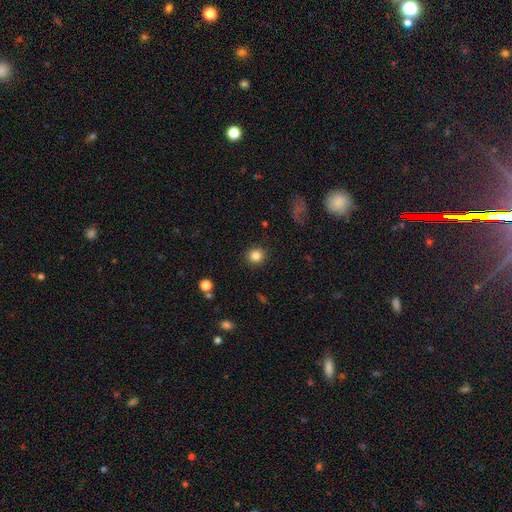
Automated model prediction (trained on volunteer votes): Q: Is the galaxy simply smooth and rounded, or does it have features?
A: smooth — 84%.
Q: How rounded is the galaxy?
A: round — 90%.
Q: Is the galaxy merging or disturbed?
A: none — 91%.